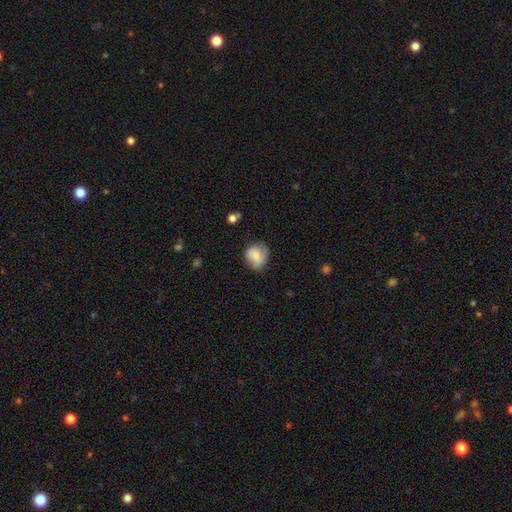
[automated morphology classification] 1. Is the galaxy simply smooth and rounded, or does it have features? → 71% smooth, 21% featured or disk, 8% star or artifact.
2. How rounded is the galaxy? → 71% round, 28% in between, 1% cigar-shaped.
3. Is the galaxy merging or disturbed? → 57% none, 31% minor disturbance, 10% major disturbance, 2% merger.